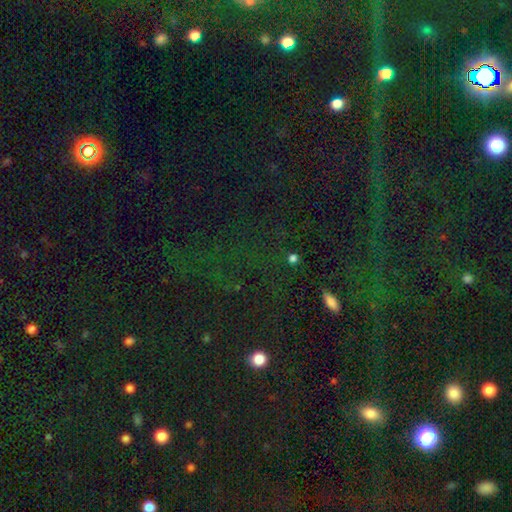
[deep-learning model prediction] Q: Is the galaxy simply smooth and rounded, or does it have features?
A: star or artifact — 75%.